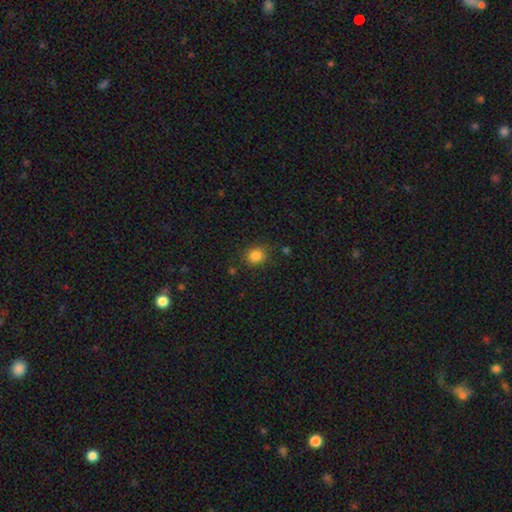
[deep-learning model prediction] smooth-or-featured: smooth: 84% | star or artifact: 12% | featured or disk: 4%
  how-rounded: round: 74% | in between: 25% | cigar-shaped: 1%
  merging: none: 83% | minor disturbance: 12% | major disturbance: 4% | merger: 2%